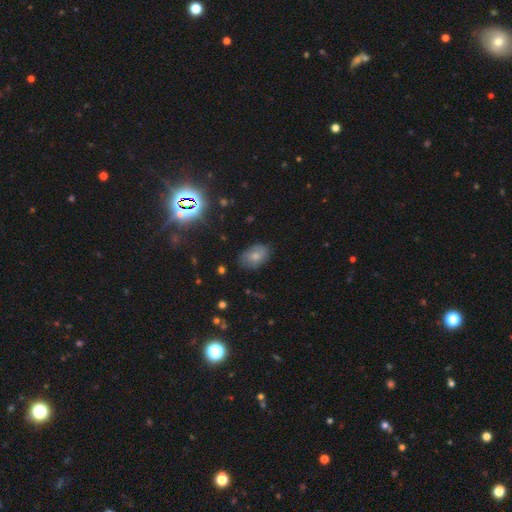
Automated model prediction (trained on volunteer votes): smooth_or_featured: smooth (p=0.69) [alt: featured or disk p=0.19]
how_rounded: in between (p=0.84) [alt: round p=0.15]
merging: none (p=0.77) [alt: minor disturbance p=0.18]